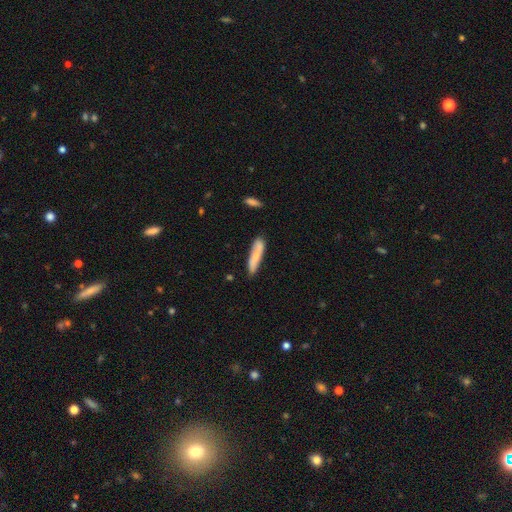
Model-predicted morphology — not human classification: This appears to be a smooth galaxy with no disk features (71%) that is cigar-shaped (82%). Merging: none (72%).